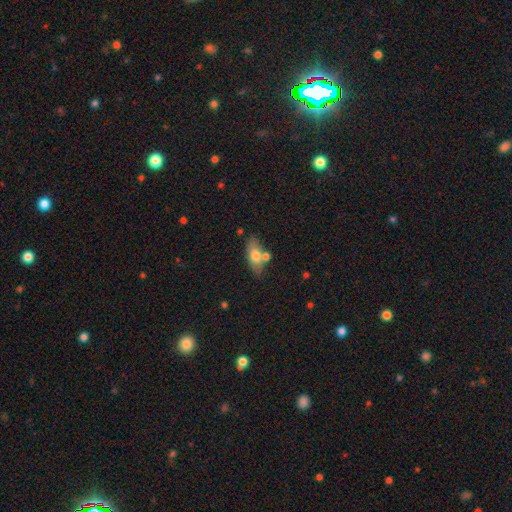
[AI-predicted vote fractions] This is likely a smooth galaxy (67%). How rounded: likely in between (79%). Merging: likely none (66%).